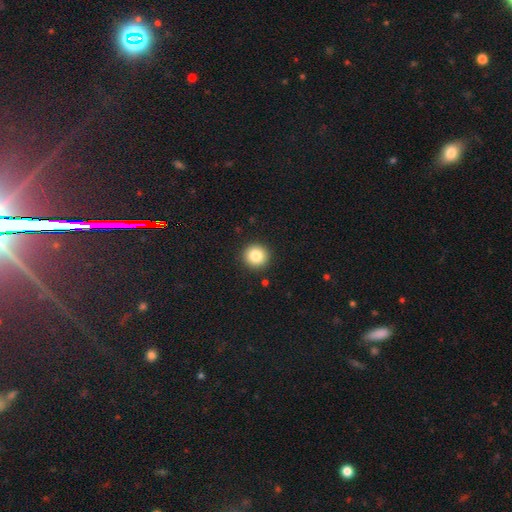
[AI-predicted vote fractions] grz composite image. It shows a smooth galaxy with no disk features (83%) that is round (94%). Merging: none (92%).